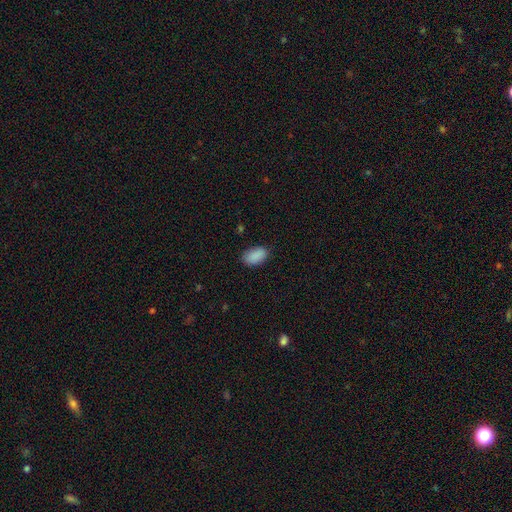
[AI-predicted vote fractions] Overall: smooth (90%). How rounded: in between (93%). Merging: none (83%).